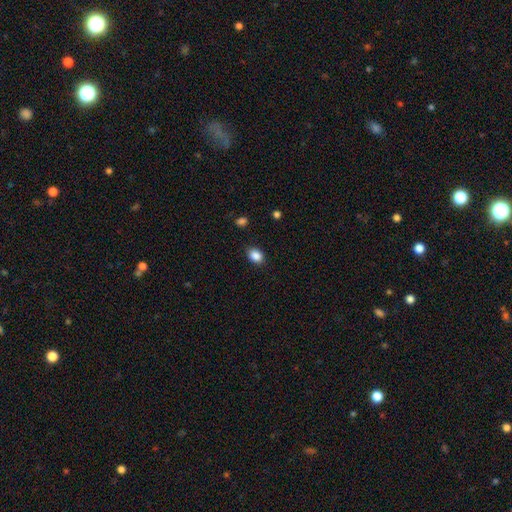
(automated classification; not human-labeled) This appears to be a smooth galaxy with no disk features (87%) that is in between round and cigar-shaped (61%). Merging: none (86%).